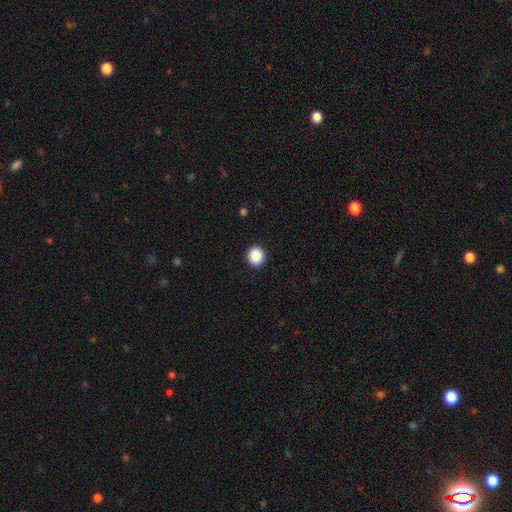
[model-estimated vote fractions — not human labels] A smooth galaxy with no disk features (89%) that is round (90%). Merging: none (93%).